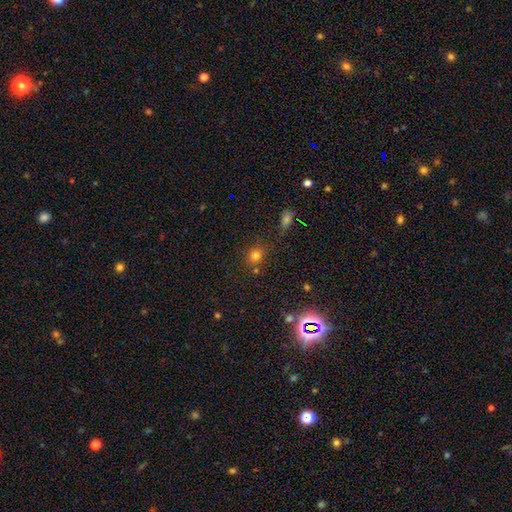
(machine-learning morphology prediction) Smooth or featured? Predicted: smooth (p=0.73). How rounded? Predicted: round (p=0.79). Merging? Predicted: none (p=0.70).